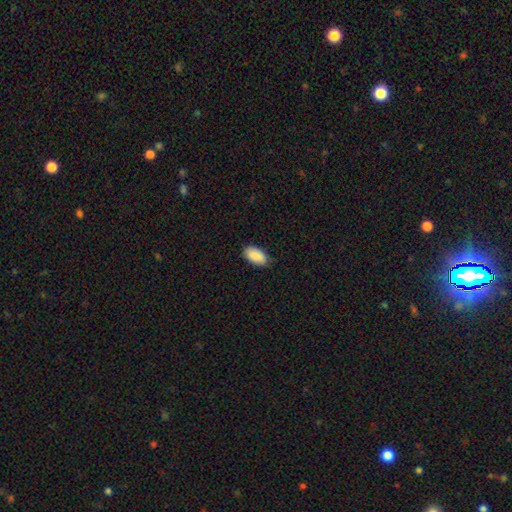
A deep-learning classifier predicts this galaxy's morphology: A smooth galaxy with no disk features (90%) that is in between round and cigar-shaped (95%).

Vote fractions:
- Smooth or featured? smooth: 90% / star or artifact: 6% / featured or disk: 4%
- How rounded? in between: 95% / round: 3% / cigar-shaped: 2%
- Merging? none: 81% / minor disturbance: 16% / major disturbance: 2% / merger: 1%